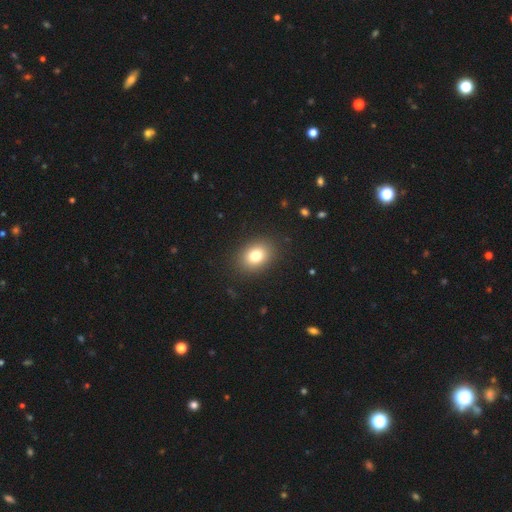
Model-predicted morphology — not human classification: This is clearly a smooth galaxy (80%). How rounded: likely in between (65%). Merging: clearly none (88%).